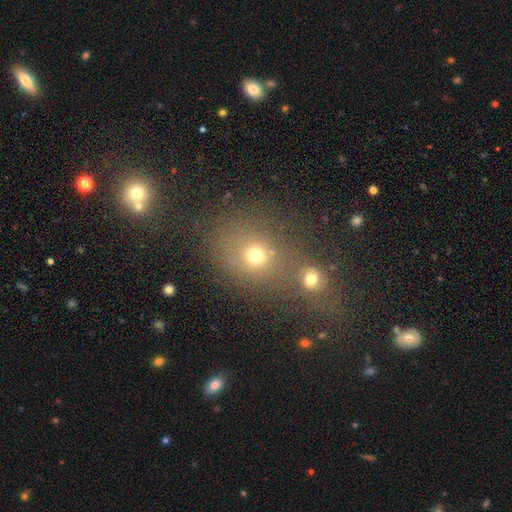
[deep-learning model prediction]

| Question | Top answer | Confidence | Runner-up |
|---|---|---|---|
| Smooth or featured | smooth | 70% | star or artifact (18%) |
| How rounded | round | 66% | in between (33%) |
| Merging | none | 45% | merger (41%) |